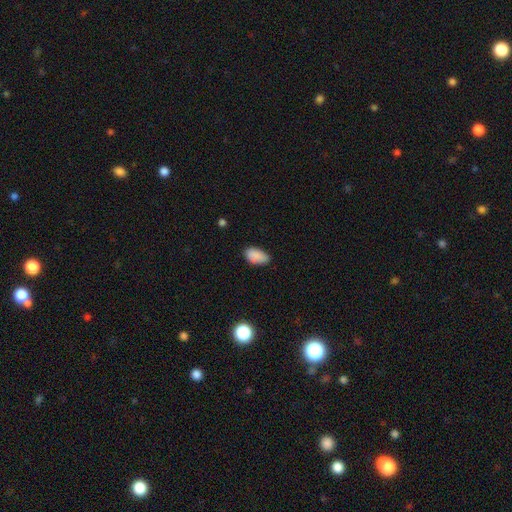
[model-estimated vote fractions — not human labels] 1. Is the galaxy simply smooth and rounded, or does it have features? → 88% smooth, 8% star or artifact, 4% featured or disk.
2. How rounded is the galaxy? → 93% in between, 4% round, 2% cigar-shaped.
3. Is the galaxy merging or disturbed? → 75% none, 20% minor disturbance, 3% major disturbance, 1% merger.